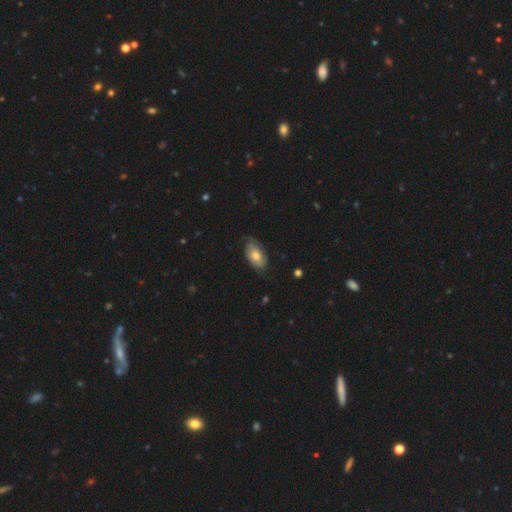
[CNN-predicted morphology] Smooth or featured? smooth (54%)
How rounded? in between (91%)
Merging? none (69%)